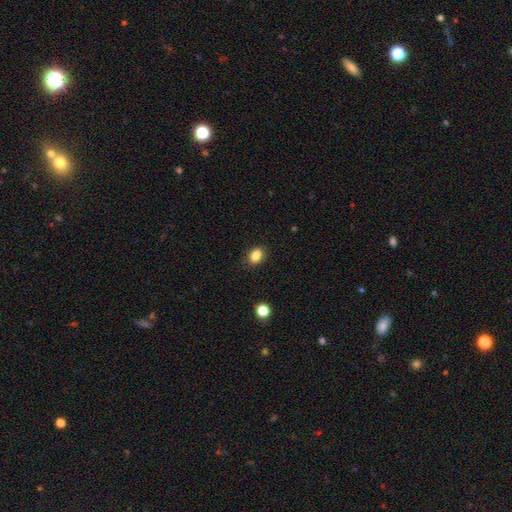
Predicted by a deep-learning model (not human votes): smooth 85%, star or artifact 10%, featured or disk 4%. Down the decision tree: how rounded — in between (69%); merging — none (87%).